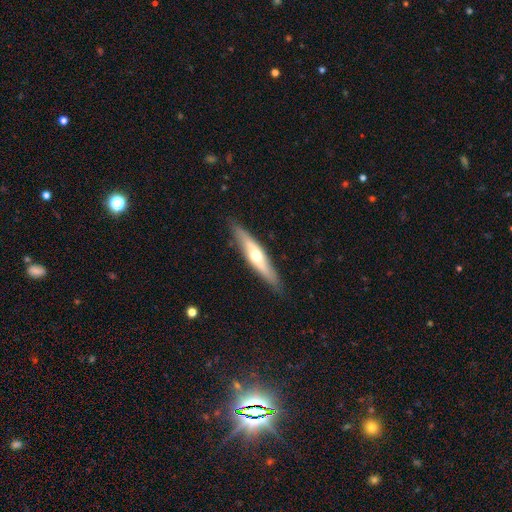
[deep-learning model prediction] A featured or disk galaxy (58%) viewed edge-on (86%). Merging: none (87%).